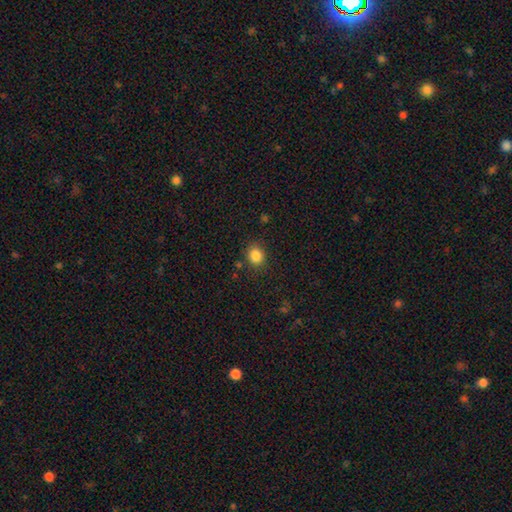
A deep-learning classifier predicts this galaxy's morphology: This appears to be a smooth galaxy with no disk features (85%) that is round (72%). Merging: none (85%).